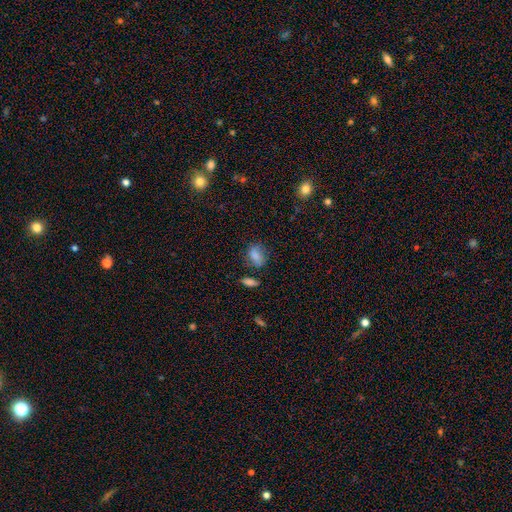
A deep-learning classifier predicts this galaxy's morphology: This is clearly a smooth galaxy (80%). How rounded: likely in between (76%). Merging: likely none (66%).